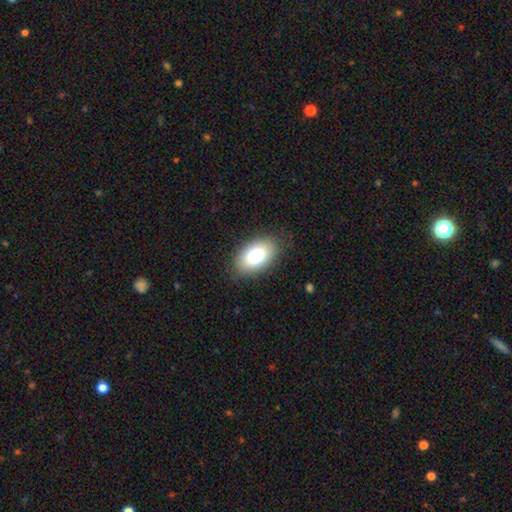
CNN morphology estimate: Smooth or featured?
  - smooth: 80% *
  - featured or disk: 12%
  - star or artifact: 8%
How rounded?
  - in between: 93% *
  - round: 6%
  - cigar-shaped: 1%
Merging?
  - none: 85% *
  - minor disturbance: 11%
  - major disturbance: 3%
  - merger: 1%